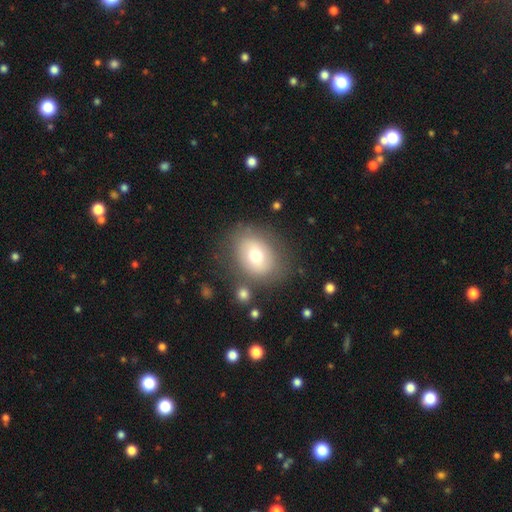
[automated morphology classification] Overall: smooth (66%). How rounded: in between (54%; round 45%). Merging: none (76%).